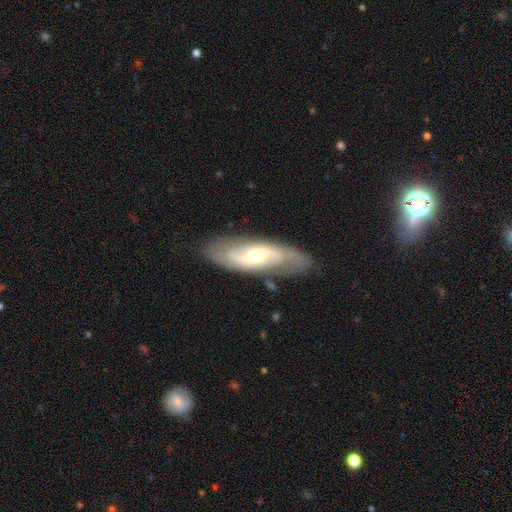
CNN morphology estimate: Q: Smooth or featured?
A: featured or disk (74%); runner-up: smooth (20%)
Q: Edge-on disk?
A: no (85%); runner-up: yes (15%)
Q: Bar?
A: no (52%); runner-up: weak (33%)
Q: Spiral arms?
A: yes (81%); runner-up: no (19%)
Q: Spiral winding?
A: medium (42%); runner-up: tight (34%)
Q: Spiral arm count?
A: 2 (73%); runner-up: can't tell (19%)
Q: Bulge size?
A: moderate (50%); runner-up: small (45%)
Q: Merging?
A: none (79%); runner-up: minor disturbance (15%)